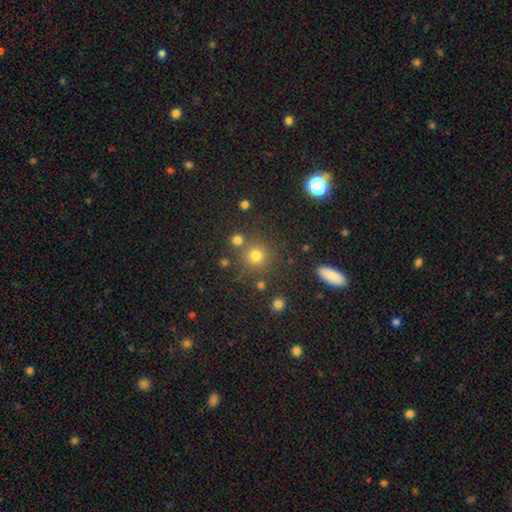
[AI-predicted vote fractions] Overall: smooth (74%). How rounded: round (92%). Merging: none (76%).